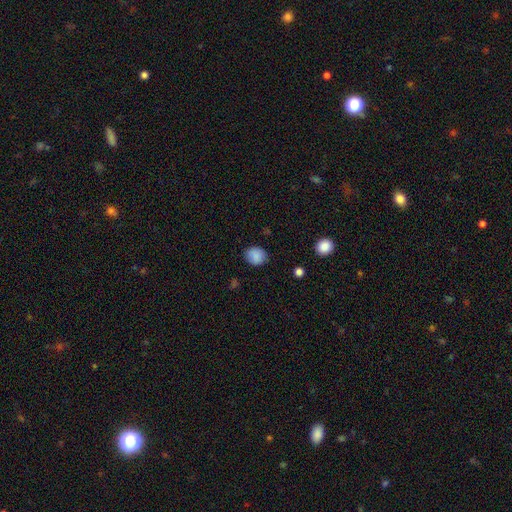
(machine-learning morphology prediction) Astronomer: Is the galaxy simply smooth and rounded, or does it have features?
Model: smooth — 88%.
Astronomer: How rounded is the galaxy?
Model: round — 65%.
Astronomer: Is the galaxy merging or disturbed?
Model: none — 83%.